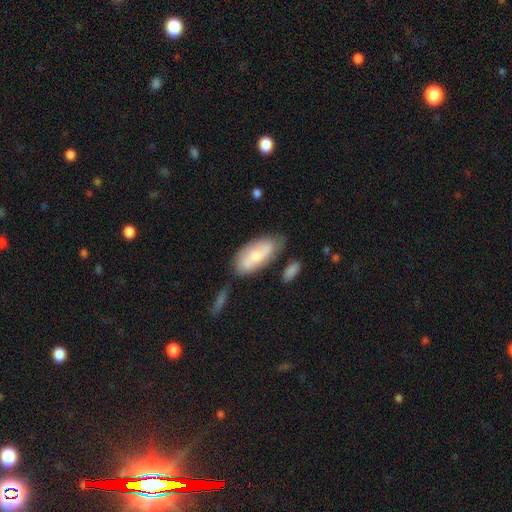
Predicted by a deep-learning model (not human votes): smooth_or_featured: smooth (p=0.56) [alt: featured or disk p=0.38]
how_rounded: in between (p=0.87) [alt: cigar-shaped p=0.10]
merging: none (p=0.61) [alt: minor disturbance p=0.23]